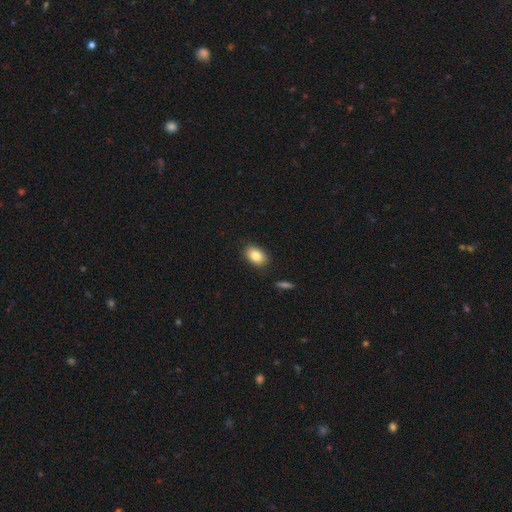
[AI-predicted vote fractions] A smooth galaxy with no disk features (85%) that is in between round and cigar-shaped (86%).

Vote fractions:
- Smooth or featured? smooth: 85% / star or artifact: 8% / featured or disk: 8%
- How rounded? in between: 86% / round: 13% / cigar-shaped: 1%
- Merging? none: 87% / minor disturbance: 9% / major disturbance: 2% / merger: 2%